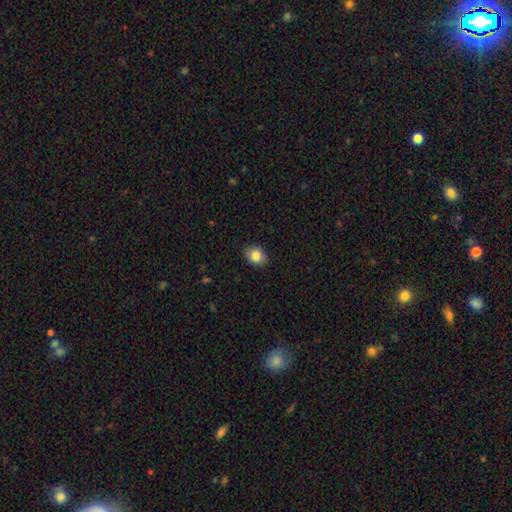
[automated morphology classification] A smooth galaxy with no disk features (84%) that is in between round and cigar-shaped (67%).

Vote fractions:
- Smooth or featured? smooth: 84% / star or artifact: 9% / featured or disk: 8%
- How rounded? in between: 67% / round: 32% / cigar-shaped: 1%
- Merging? none: 88% / minor disturbance: 9% / major disturbance: 2% / merger: 1%